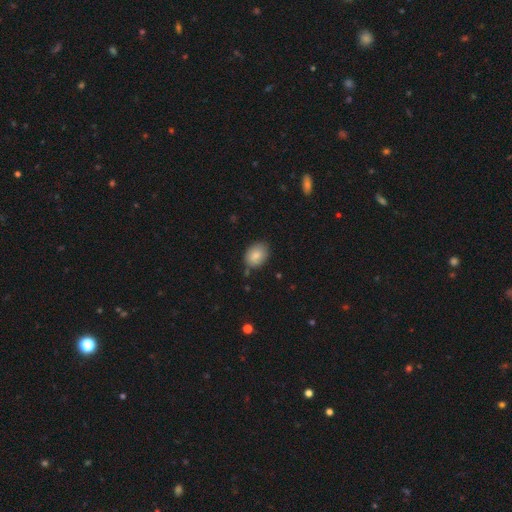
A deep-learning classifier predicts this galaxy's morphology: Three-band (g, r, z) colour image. It shows a smooth galaxy with no disk features (85%) that is in between round and cigar-shaped (70%). Merging: none (78%).